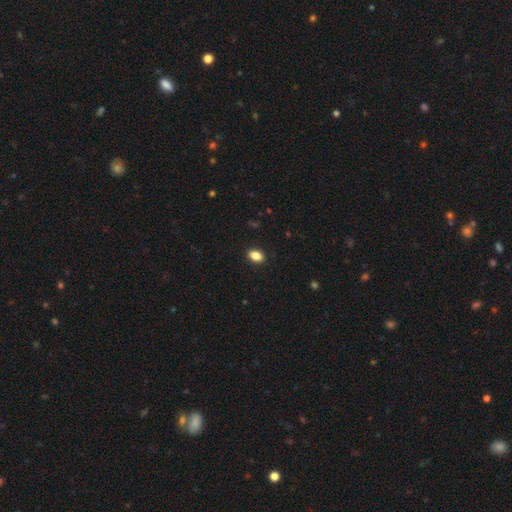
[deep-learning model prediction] Smooth or featured?
  - smooth: 86% *
  - star or artifact: 9%
  - featured or disk: 4%
How rounded?
  - in between: 82% *
  - round: 16%
  - cigar-shaped: 2%
Merging?
  - none: 90% *
  - minor disturbance: 7%
  - major disturbance: 2%
  - merger: 1%